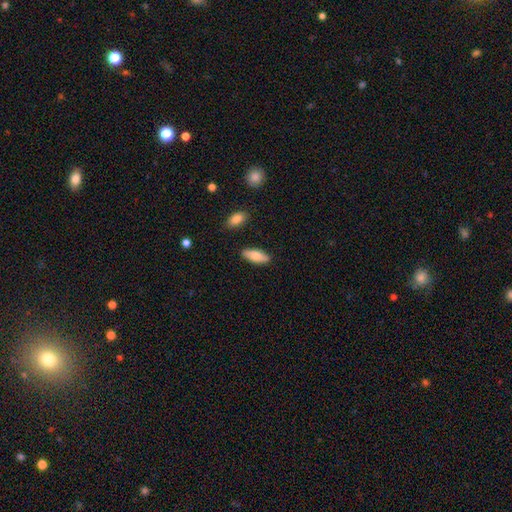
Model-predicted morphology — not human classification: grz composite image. It shows a smooth galaxy with no disk features (81%) that is in between round and cigar-shaped (74%). Merging: none (86%).